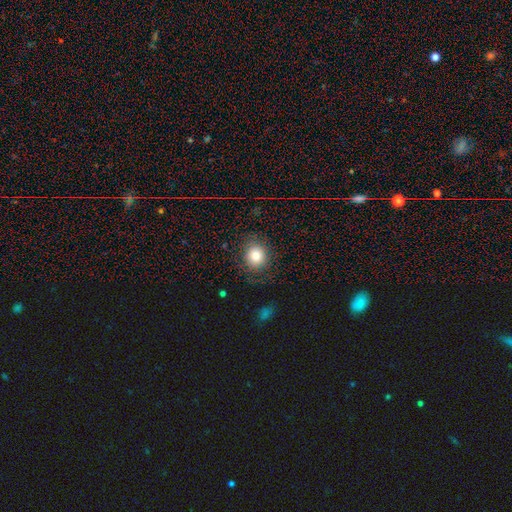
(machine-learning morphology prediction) Smooth or featured? Predicted: smooth (p=0.81). How rounded? Predicted: round (p=0.76). Merging? Predicted: none (p=0.83).